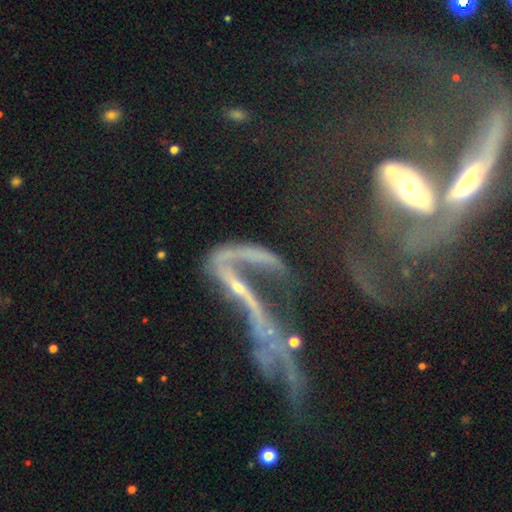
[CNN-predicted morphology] A featured or disk galaxy (66%).

Vote fractions:
- Smooth or featured? featured or disk: 66% / star or artifact: 18% / smooth: 16%
- Edge-on disk? no: 75% / yes: 25%
- Merging? major disturbance: 35% / merger: 28% / none: 24% / minor disturbance: 12%